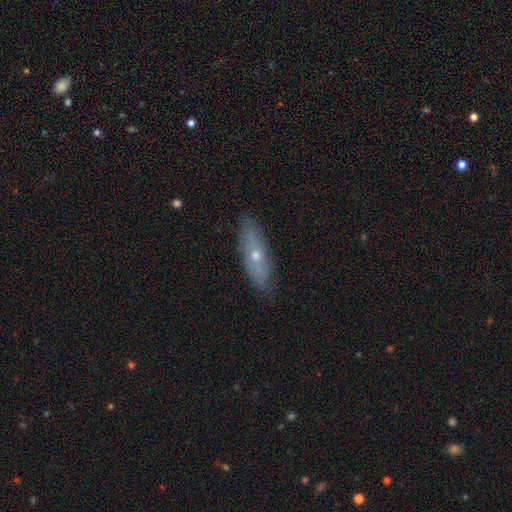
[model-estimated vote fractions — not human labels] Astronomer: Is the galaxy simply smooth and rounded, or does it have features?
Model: featured or disk — 48% (runner-up: smooth, 45%).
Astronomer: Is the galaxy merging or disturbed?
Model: none — 84%.